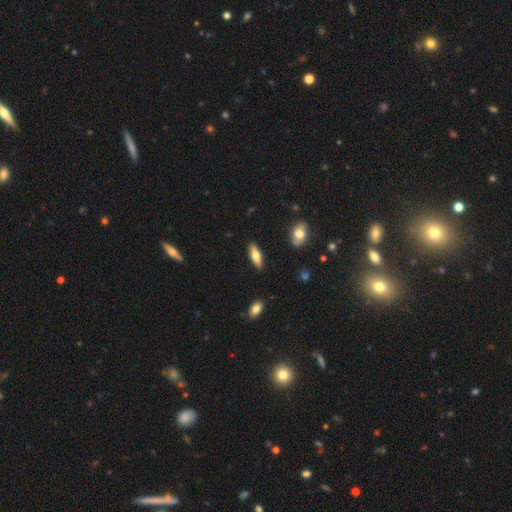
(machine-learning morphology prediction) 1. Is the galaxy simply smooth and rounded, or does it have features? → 68% smooth, 27% featured or disk, 6% star or artifact.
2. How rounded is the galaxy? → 57% in between, 41% cigar-shaped, 2% round.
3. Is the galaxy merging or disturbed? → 88% none, 9% minor disturbance, 2% major disturbance, 2% merger.